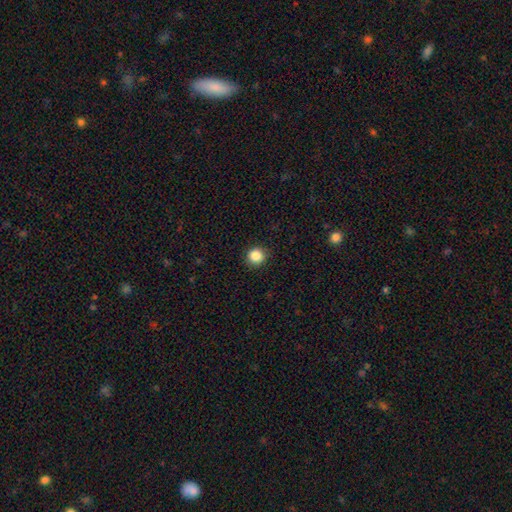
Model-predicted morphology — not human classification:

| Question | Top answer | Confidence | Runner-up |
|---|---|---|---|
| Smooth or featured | smooth | 87% | star or artifact (10%) |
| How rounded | round | 93% | in between (6%) |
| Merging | none | 90% | minor disturbance (7%) |